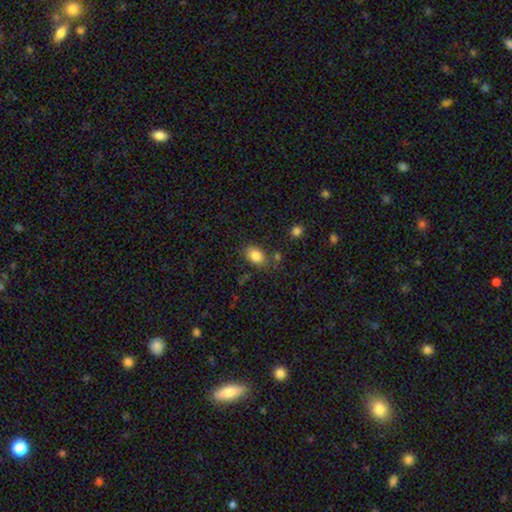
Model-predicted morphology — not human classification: Q: Smooth or featured?
A: smooth (85%); runner-up: star or artifact (9%)
Q: How rounded?
A: in between (76%); runner-up: round (23%)
Q: Merging?
A: none (76%); runner-up: minor disturbance (14%)